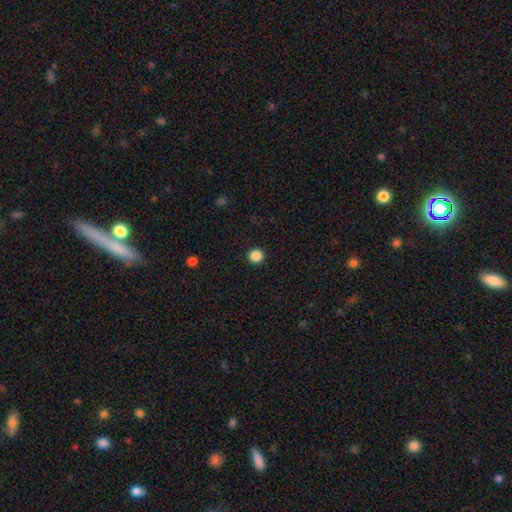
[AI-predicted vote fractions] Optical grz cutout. It shows a smooth galaxy with no disk features (86%) that is round (95%). Merging: none (93%).